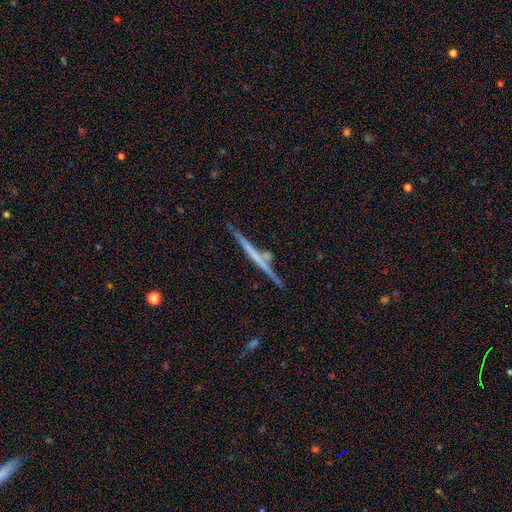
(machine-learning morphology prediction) Q: Smooth or featured?
A: featured or disk (62%); runner-up: smooth (31%)
Q: Edge-on disk?
A: yes (97%); runner-up: no (3%)
Q: Edge-on bulge?
A: none (81%); runner-up: rounded (12%)
Q: Merging?
A: none (81%); runner-up: minor disturbance (10%)